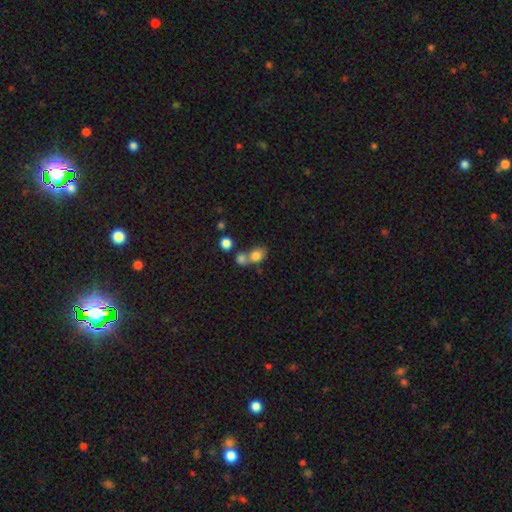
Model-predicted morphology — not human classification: A smooth galaxy with no disk features (79%) that is in between round and cigar-shaped (50%). Merging: merger (50%).